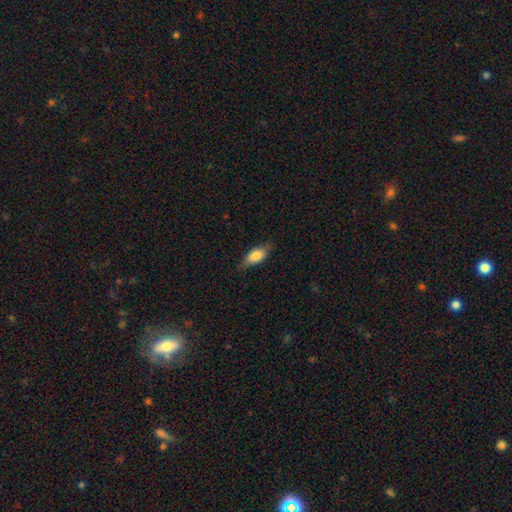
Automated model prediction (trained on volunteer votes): This appears to be a smooth galaxy with no disk features (76%) that is in between round and cigar-shaped (78%). Merging: none (75%).